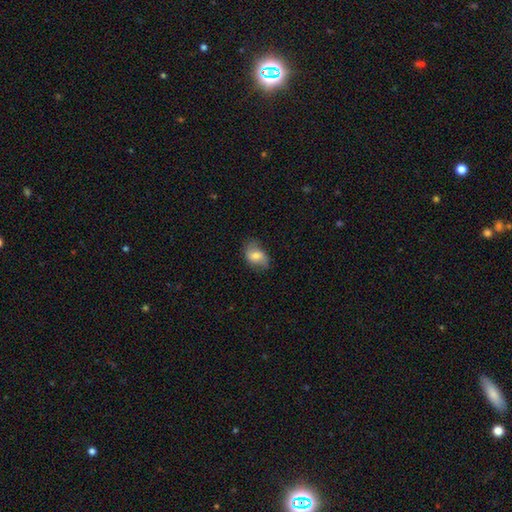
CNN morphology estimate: Smooth or featured? Predicted: smooth (p=0.64). How rounded? Predicted: in between (p=0.83). Merging? Predicted: none (p=0.69).